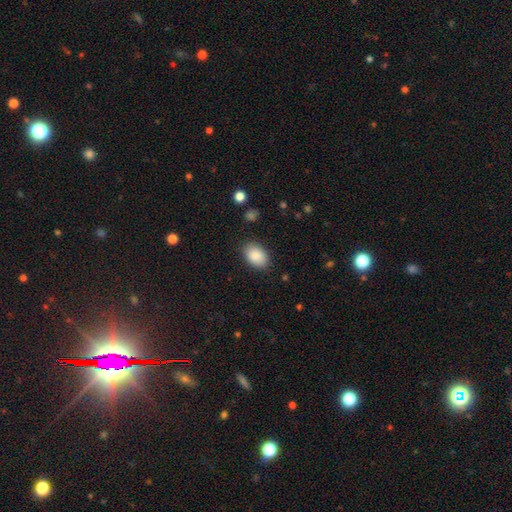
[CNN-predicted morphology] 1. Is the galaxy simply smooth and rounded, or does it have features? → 89% smooth, 7% star or artifact, 4% featured or disk.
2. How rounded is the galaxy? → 86% in between, 13% round, 1% cigar-shaped.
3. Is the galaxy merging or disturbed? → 85% none, 11% minor disturbance, 3% major disturbance, 1% merger.